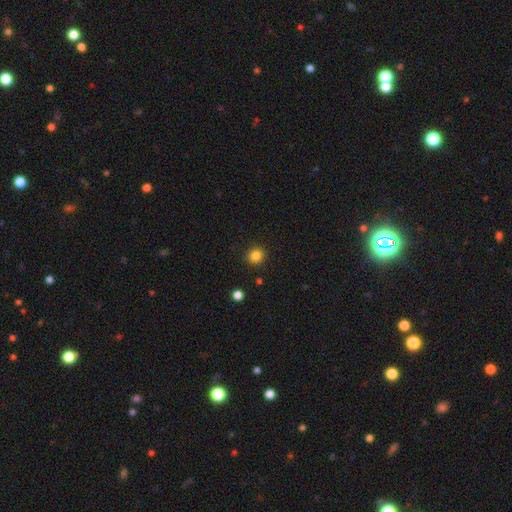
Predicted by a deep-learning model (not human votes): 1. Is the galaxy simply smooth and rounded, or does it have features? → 84% smooth, 12% star or artifact, 4% featured or disk.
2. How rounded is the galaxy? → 90% round, 9% in between, 1% cigar-shaped.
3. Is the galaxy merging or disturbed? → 91% none, 6% minor disturbance, 2% major disturbance, 1% merger.